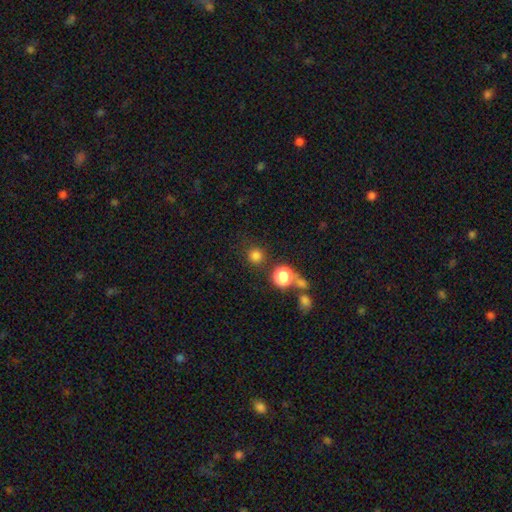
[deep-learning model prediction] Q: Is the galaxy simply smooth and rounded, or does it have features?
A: smooth — 79%.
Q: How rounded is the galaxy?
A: round — 94%.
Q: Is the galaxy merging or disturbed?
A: none — 81%.